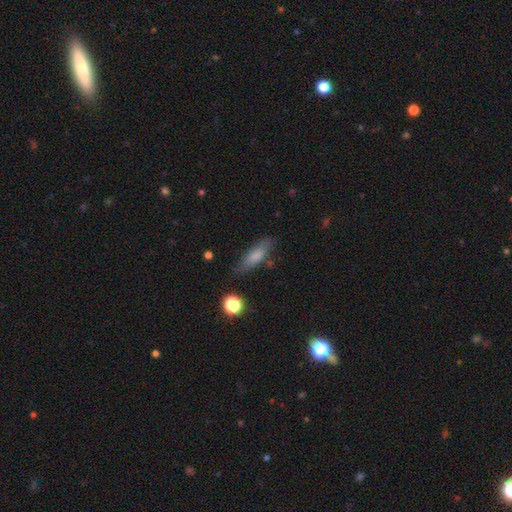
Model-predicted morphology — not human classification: Smooth or featured? smooth (76%)
How rounded? in between (50%)
Merging? none (77%)